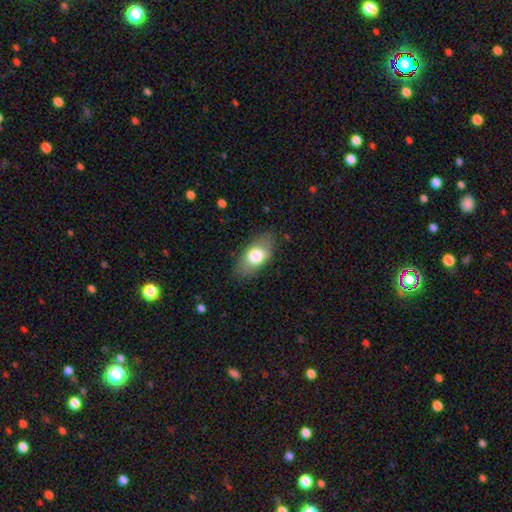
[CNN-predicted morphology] smooth-or-featured: smooth: 72% | featured or disk: 21% | star or artifact: 7%
  how-rounded: in between: 88% | round: 7% | cigar-shaped: 5%
  merging: none: 80% | minor disturbance: 14% | major disturbance: 5% | merger: 1%